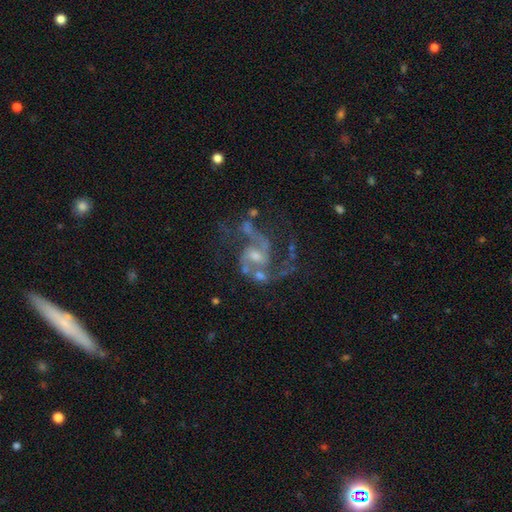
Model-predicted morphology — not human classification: Smooth or featured? featured or disk (88%)
Edge-on disk? no (98%)
Bar? weak (43%)
Spiral arms? yes (96%)
Spiral winding? medium (55%)
Spiral arm count? 2 (80%)
Bulge size? small (56%)
Merging? none (51%)